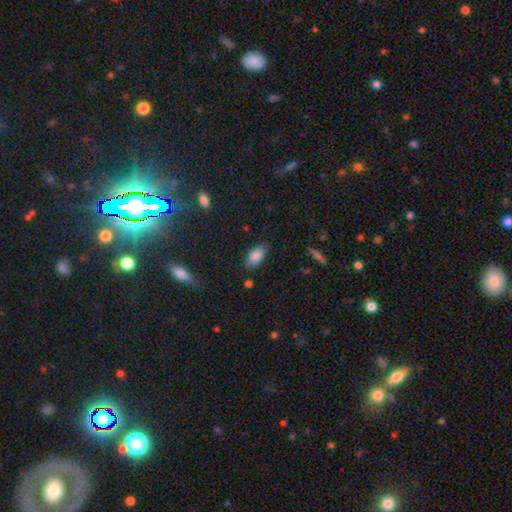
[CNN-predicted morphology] Smooth or featured? smooth (85%)
How rounded? in between (91%)
Merging? none (83%)